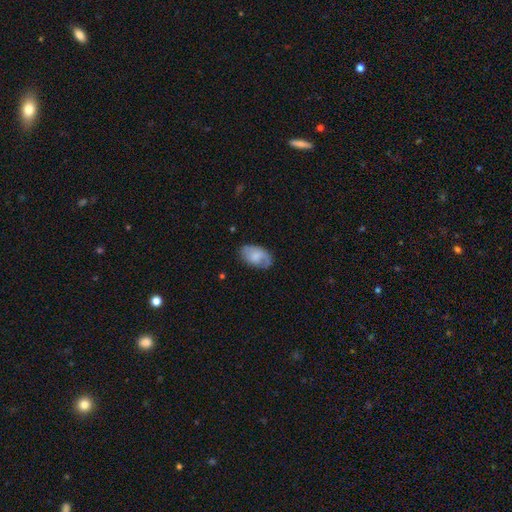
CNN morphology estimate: type=smooth (61%); roundness=in between (92%); merging=none (65%).